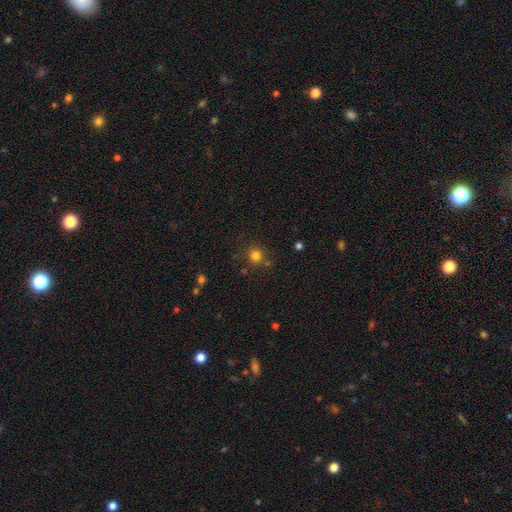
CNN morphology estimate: type=smooth (80%); roundness=round (92%); merging=none (79%).